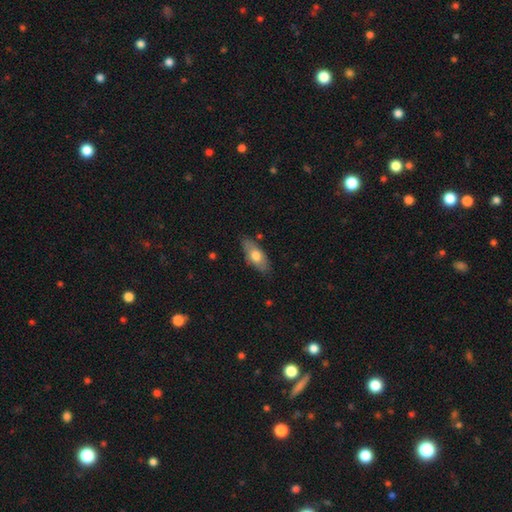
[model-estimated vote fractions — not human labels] Q: Smooth or featured?
A: smooth (67%); runner-up: featured or disk (27%)
Q: How rounded?
A: in between (81%); runner-up: cigar-shaped (16%)
Q: Merging?
A: none (80%); runner-up: minor disturbance (15%)